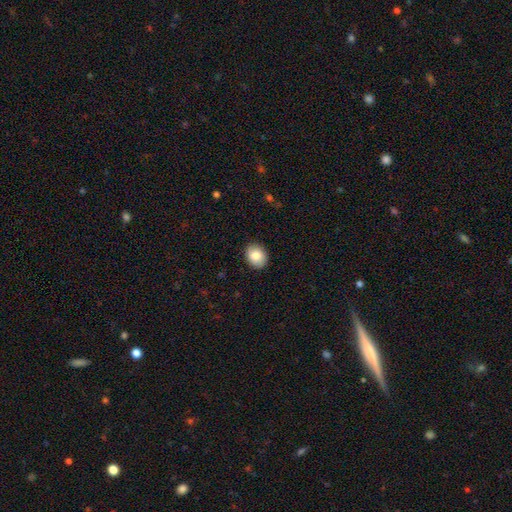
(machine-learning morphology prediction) smooth_or_featured: smooth (p=0.84) [alt: featured or disk p=0.08]
how_rounded: in between (p=0.58) [alt: round p=0.41]
merging: none (p=0.90) [alt: minor disturbance p=0.07]